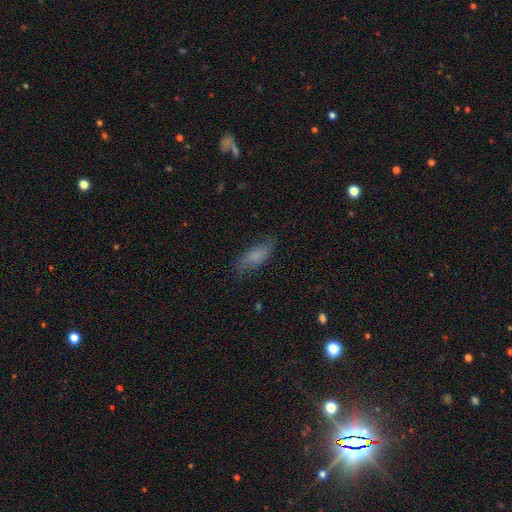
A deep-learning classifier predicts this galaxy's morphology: A smooth galaxy with no disk features (68%) that is in between round and cigar-shaped (69%).

Vote fractions:
- Smooth or featured? smooth: 68% / featured or disk: 23% / star or artifact: 9%
- How rounded? in between: 69% / cigar-shaped: 29% / round: 3%
- Merging? none: 72% / minor disturbance: 20% / major disturbance: 7% / merger: 1%